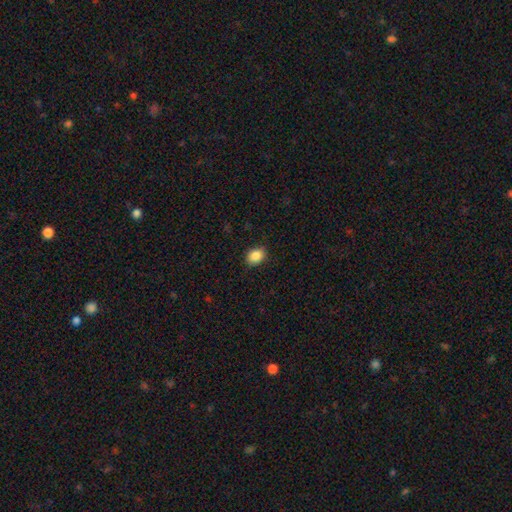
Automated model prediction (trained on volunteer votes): Q: Smooth or featured?
A: smooth (88%); runner-up: star or artifact (8%)
Q: How rounded?
A: in between (67%); runner-up: round (32%)
Q: Merging?
A: none (86%); runner-up: minor disturbance (11%)